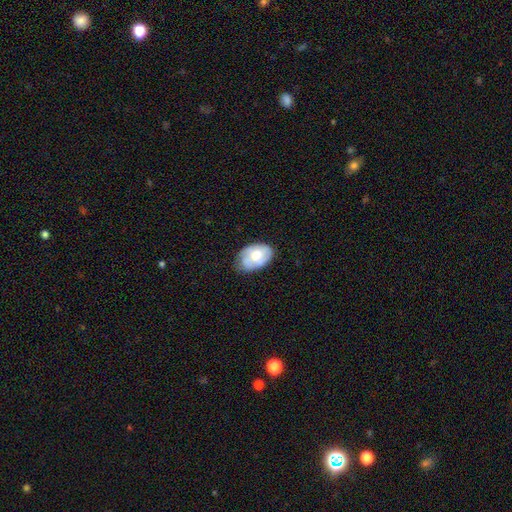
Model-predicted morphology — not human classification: Smooth or featured? Predicted: smooth (p=0.56). How rounded? Predicted: in between (p=0.87). Merging? Predicted: none (p=0.59).